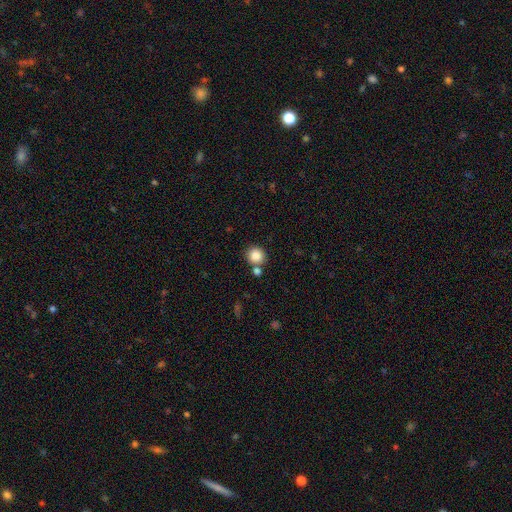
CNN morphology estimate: This appears to be a smooth galaxy with no disk features (85%) that is round (89%). Merging: none (74%).